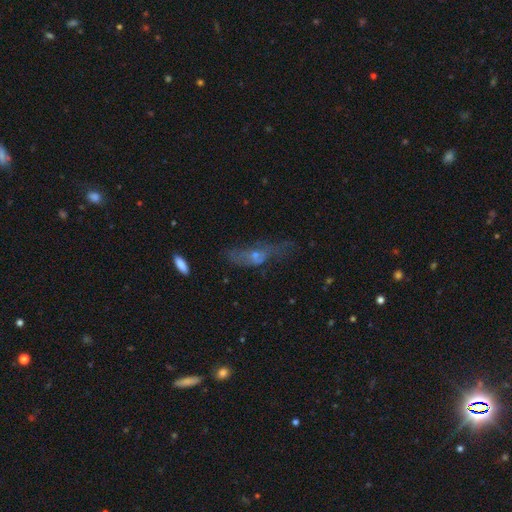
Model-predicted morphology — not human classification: Q: Smooth or featured?
A: featured or disk (48%); runner-up: smooth (35%)
Q: Merging?
A: none (44%); runner-up: major disturbance (26%)